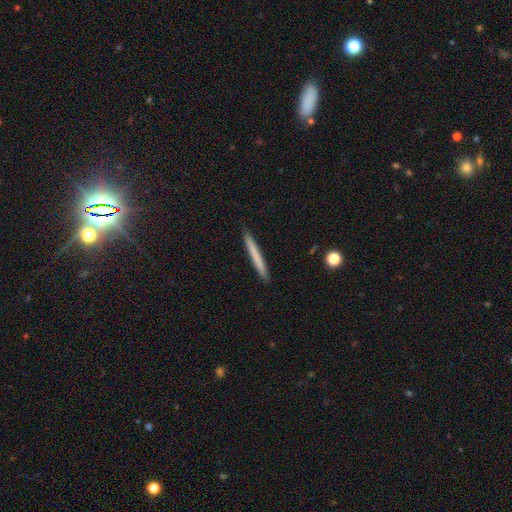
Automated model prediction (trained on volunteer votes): The model was most divided on "smooth or featured": smooth: 69%, featured or disk: 25%, star or artifact: 6%. More confident: how rounded — cigar-shaped (97%); merging — none (92%).